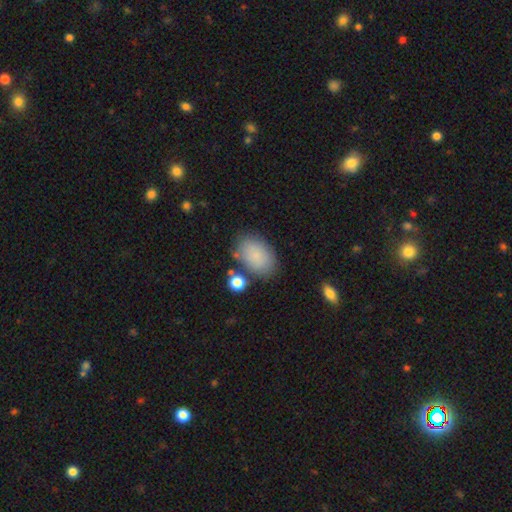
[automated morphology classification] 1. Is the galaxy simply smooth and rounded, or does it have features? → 85% smooth, 7% featured or disk, 7% star or artifact.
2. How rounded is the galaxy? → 90% in between, 9% round, 1% cigar-shaped.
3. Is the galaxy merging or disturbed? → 75% none, 14% minor disturbance, 6% merger, 4% major disturbance.